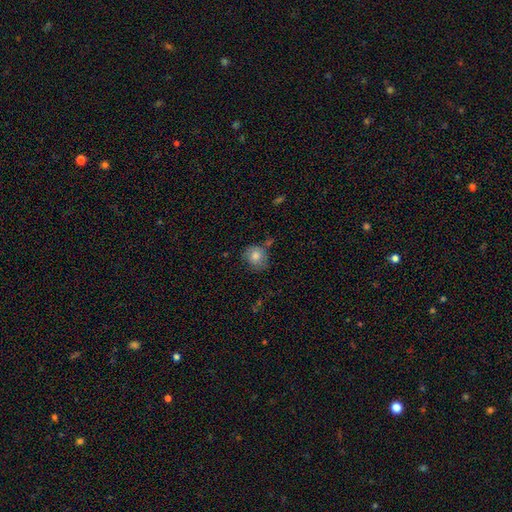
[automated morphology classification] The model was most divided on "merging": none: 62%, minor disturbance: 24%, major disturbance: 7%, merger: 7%. More confident: how rounded — round (81%); smooth or featured — smooth (78%).